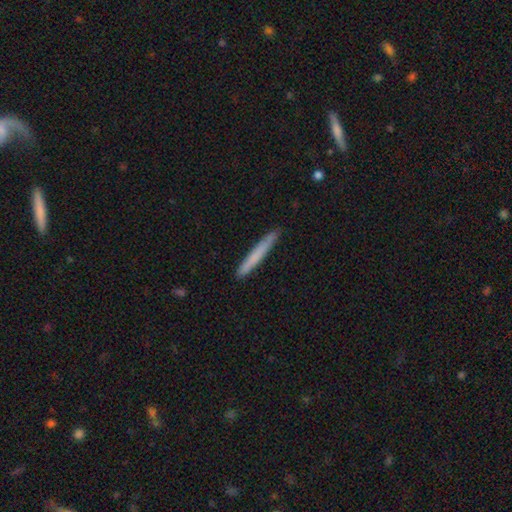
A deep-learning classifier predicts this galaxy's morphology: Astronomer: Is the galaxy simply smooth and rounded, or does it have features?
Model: smooth — 71%.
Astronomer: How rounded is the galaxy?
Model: cigar-shaped — 97%.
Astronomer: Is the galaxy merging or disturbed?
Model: none — 90%.